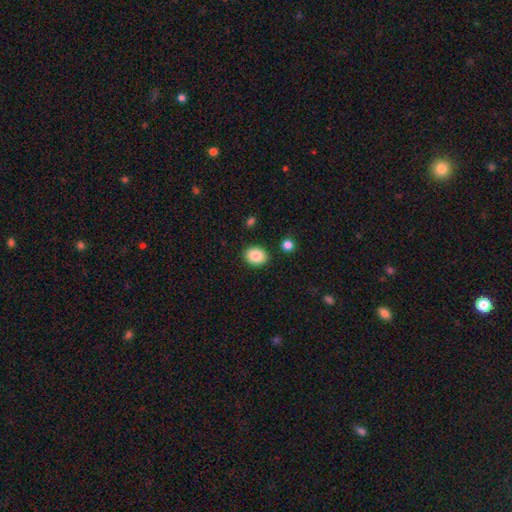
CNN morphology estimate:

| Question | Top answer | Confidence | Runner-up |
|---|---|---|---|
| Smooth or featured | smooth | 87% | star or artifact (8%) |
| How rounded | in between | 51% | round (49%) |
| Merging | none | 87% | minor disturbance (8%) |